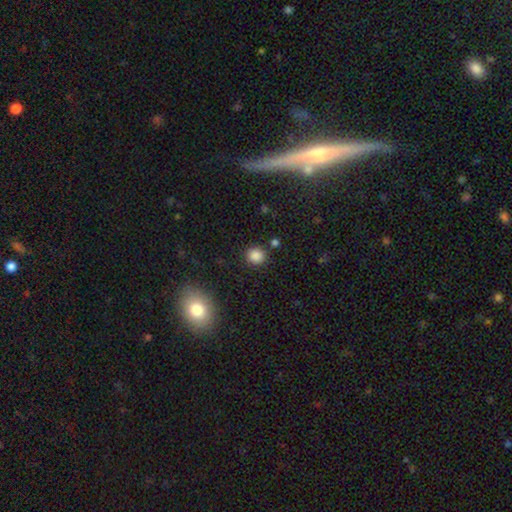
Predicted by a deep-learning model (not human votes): This is clearly a smooth galaxy (85%). How rounded: clearly round (86%). Merging: clearly none (86%).